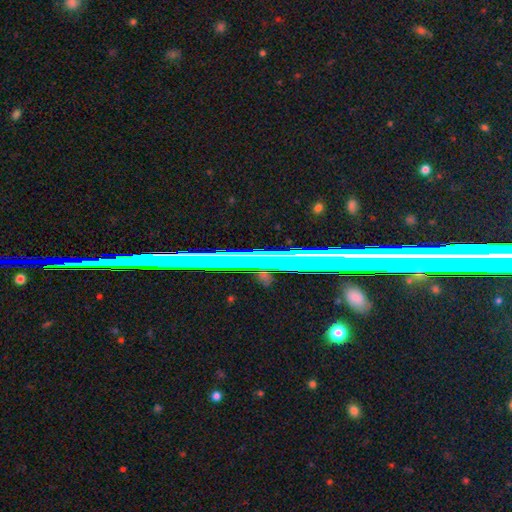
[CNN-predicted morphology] Smooth or featured?
  - star or artifact: 61% *
  - featured or disk: 25%
  - smooth: 14%